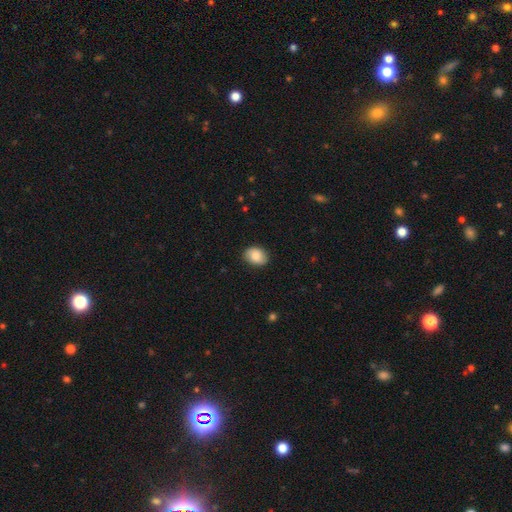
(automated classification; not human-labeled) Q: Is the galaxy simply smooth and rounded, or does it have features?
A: smooth — 82%.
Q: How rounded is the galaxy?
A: in between — 67%.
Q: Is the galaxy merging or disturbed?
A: none — 84%.